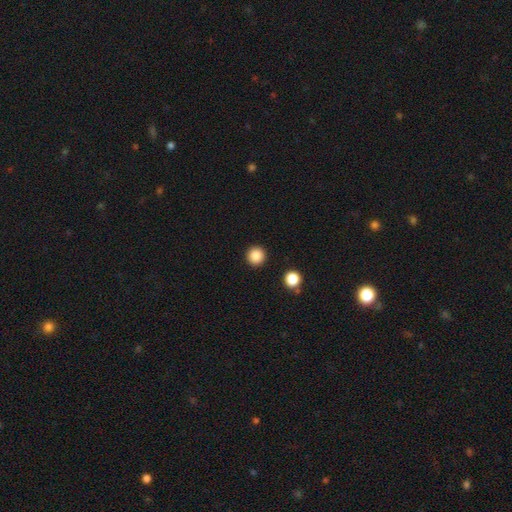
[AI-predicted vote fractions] The model was most divided on "smooth or featured": smooth: 86%, star or artifact: 10%, featured or disk: 3%. More confident: how rounded — round (96%); merging — none (93%).